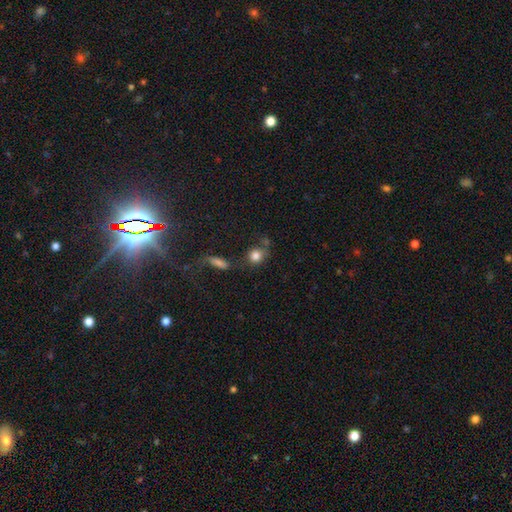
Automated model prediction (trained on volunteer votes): This appears to be a smooth galaxy with no disk features (81%) that is round (76%). Merging: none (54%).